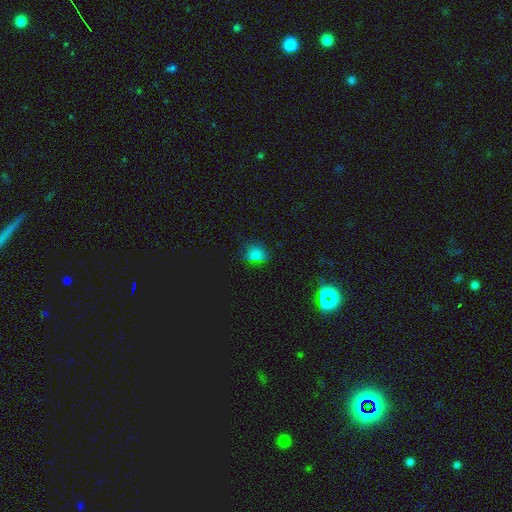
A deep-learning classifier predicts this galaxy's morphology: Smooth or featured: smooth — 72% (star or artifact — 23%)
How rounded: round — 59% (in between — 40%)
Merging: none — 71% (minor disturbance — 21%)